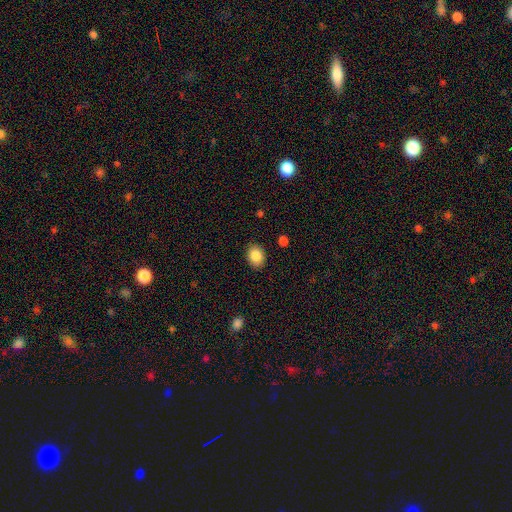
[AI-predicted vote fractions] Q: Smooth or featured?
A: smooth (87%); runner-up: star or artifact (8%)
Q: How rounded?
A: in between (63%); runner-up: round (36%)
Q: Merging?
A: none (88%); runner-up: minor disturbance (9%)